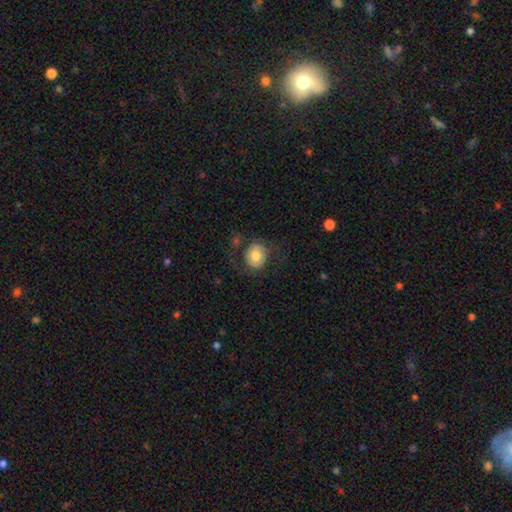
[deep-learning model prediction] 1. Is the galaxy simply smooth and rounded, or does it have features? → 69% smooth, 24% featured or disk, 8% star or artifact.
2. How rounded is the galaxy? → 74% round, 26% in between, 1% cigar-shaped.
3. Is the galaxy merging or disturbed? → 68% none, 17% minor disturbance, 12% major disturbance, 3% merger.